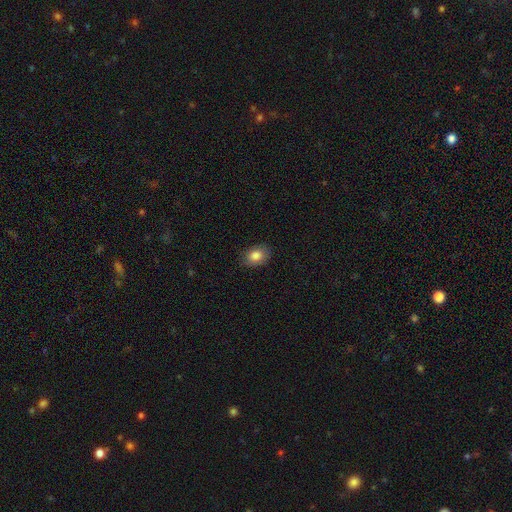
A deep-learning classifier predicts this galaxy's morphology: This appears to be a smooth galaxy with no disk features (84%) that is in between round and cigar-shaped (74%). Merging: none (83%).